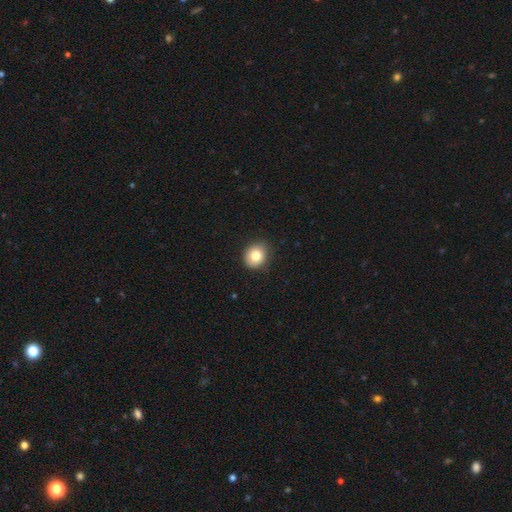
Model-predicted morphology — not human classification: A smooth galaxy with no disk features (82%) that is round (73%). Merging: none (83%).